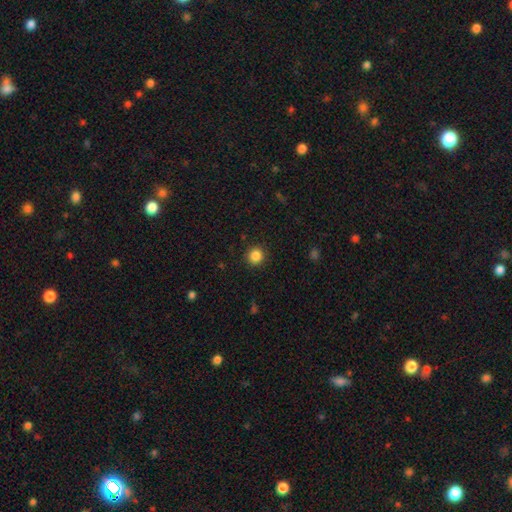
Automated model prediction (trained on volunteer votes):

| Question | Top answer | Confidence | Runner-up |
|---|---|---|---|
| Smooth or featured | smooth | 86% | star or artifact (11%) |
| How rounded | round | 92% | in between (7%) |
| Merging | none | 91% | minor disturbance (6%) |